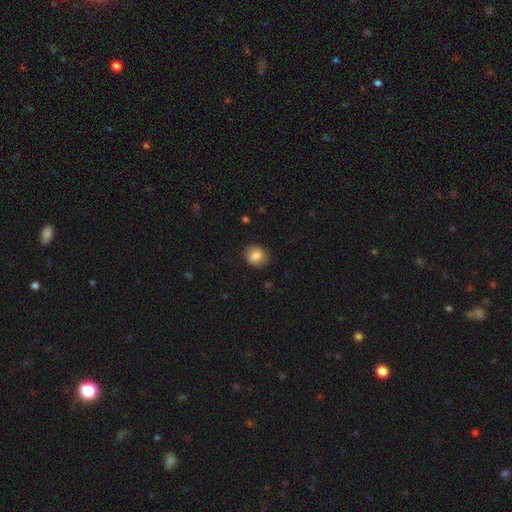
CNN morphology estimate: A smooth galaxy with no disk features (83%) that is round (74%).

Vote fractions:
- Smooth or featured? smooth: 83% / featured or disk: 9% / star or artifact: 8%
- How rounded? round: 74% / in between: 25% / cigar-shaped: 1%
- Merging? none: 82% / minor disturbance: 13% / major disturbance: 3% / merger: 1%